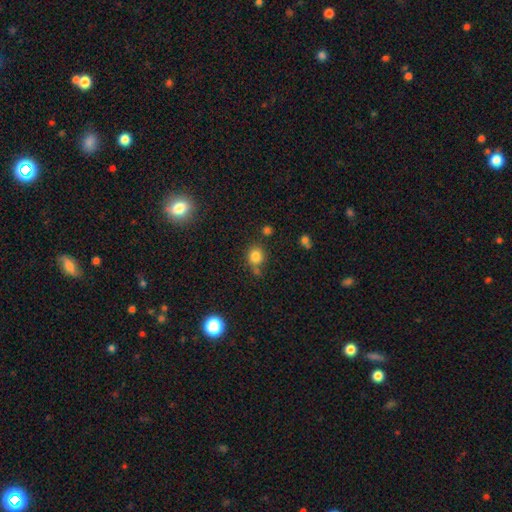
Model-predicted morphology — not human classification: Smooth or featured?
  - smooth: 81% *
  - star or artifact: 12%
  - featured or disk: 6%
How rounded?
  - round: 83% *
  - in between: 16%
  - cigar-shaped: 1%
Merging?
  - none: 69% *
  - merger: 14%
  - minor disturbance: 13%
  - major disturbance: 4%